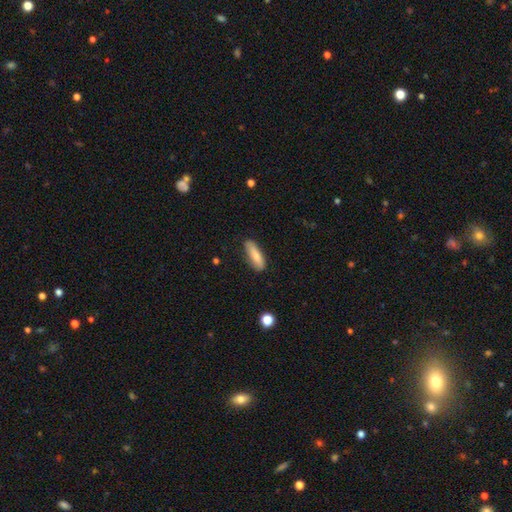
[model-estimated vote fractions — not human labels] Smooth or featured? Predicted: smooth (p=0.76). How rounded? Predicted: in between (p=0.53). Merging? Predicted: none (p=0.79).